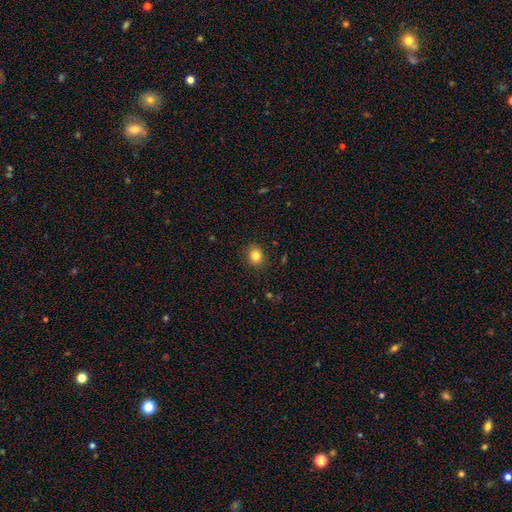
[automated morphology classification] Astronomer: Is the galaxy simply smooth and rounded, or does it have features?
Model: smooth — 83%.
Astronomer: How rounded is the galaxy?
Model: round — 72%.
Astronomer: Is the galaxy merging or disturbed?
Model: none — 89%.